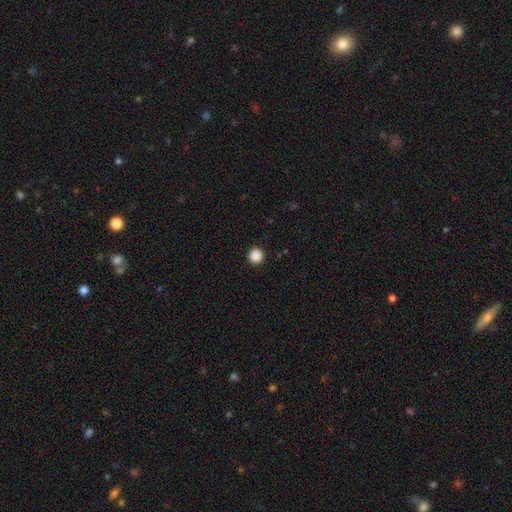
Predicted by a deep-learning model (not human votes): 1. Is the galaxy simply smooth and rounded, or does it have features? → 88% smooth, 10% star or artifact, 2% featured or disk.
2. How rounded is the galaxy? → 95% round, 4% in between, 1% cigar-shaped.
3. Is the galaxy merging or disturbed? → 93% none, 5% minor disturbance, 2% major disturbance, 1% merger.